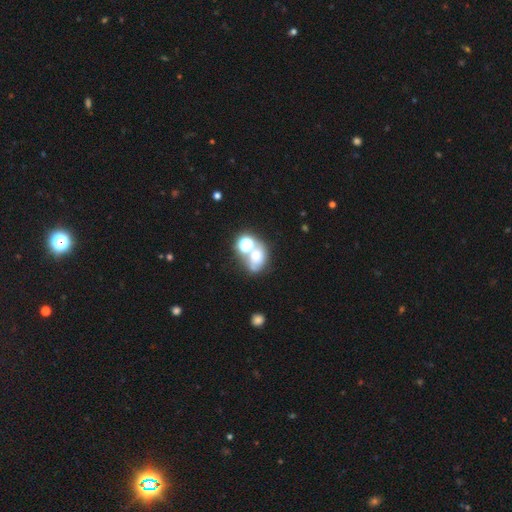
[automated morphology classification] A smooth galaxy with no disk features (54%) that is in between round and cigar-shaped (55%). Merging: merger (42%).